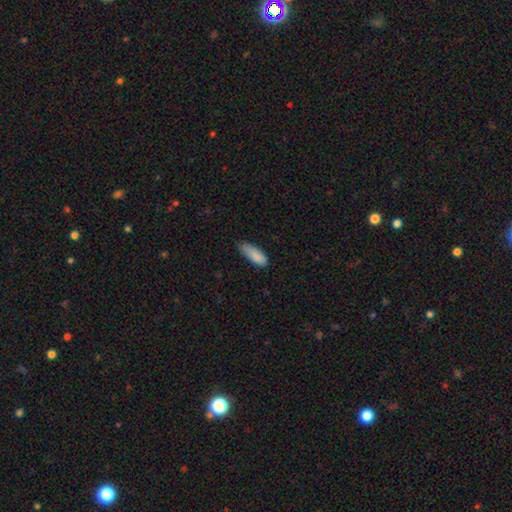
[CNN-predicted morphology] Smooth or featured: smooth — 88% (star or artifact — 7%)
How rounded: in between — 69% (cigar-shaped — 29%)
Merging: none — 58% (minor disturbance — 35%)